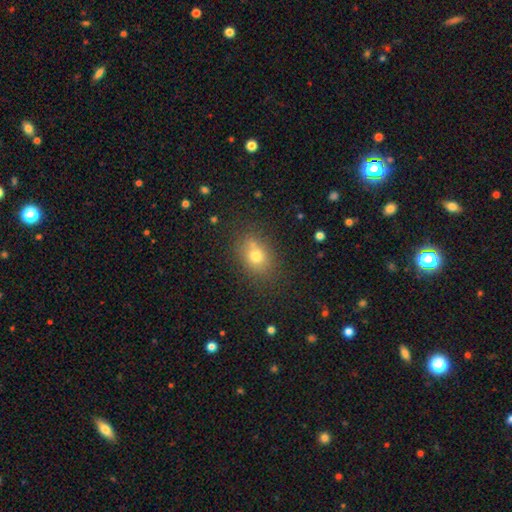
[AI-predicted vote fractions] smooth_or_featured: smooth (p=0.72) [alt: star or artifact p=0.15]
how_rounded: in between (p=0.56) [alt: round p=0.42]
merging: none (p=0.69) [alt: merger p=0.14]